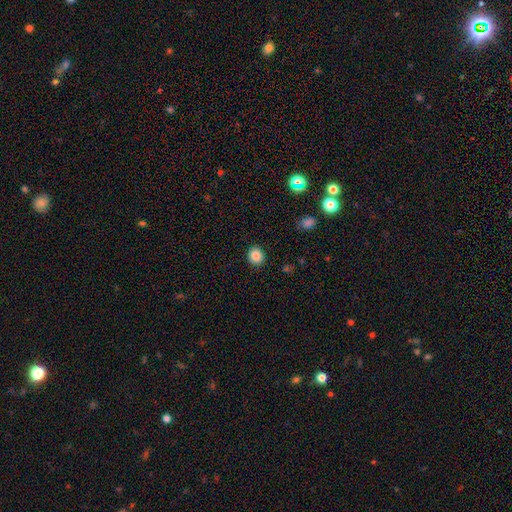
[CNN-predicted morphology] Smooth or featured: smooth — 87% (star or artifact — 10%)
How rounded: round — 79% (in between — 20%)
Merging: none — 90% (minor disturbance — 6%)